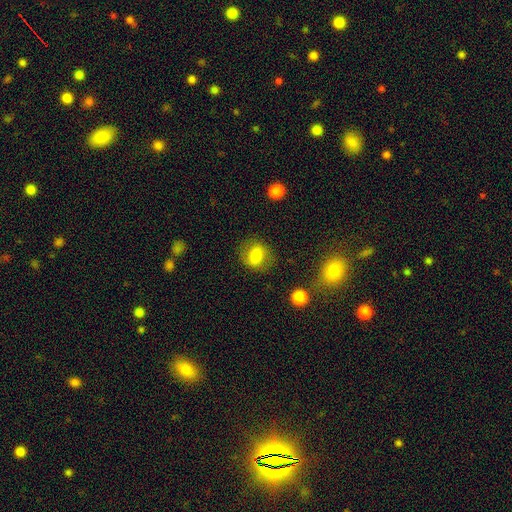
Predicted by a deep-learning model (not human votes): This is likely a smooth galaxy (73%). How rounded: possibly round (58%). Merging: likely none (75%).